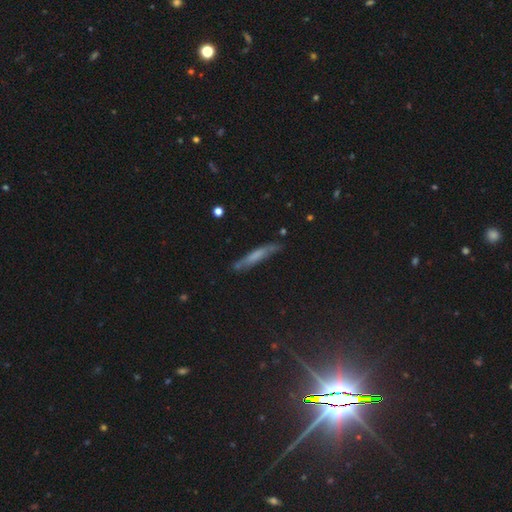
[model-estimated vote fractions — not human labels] Smooth or featured?
  - smooth: 51% *
  - featured or disk: 38%
  - star or artifact: 11%
How rounded?
  - cigar-shaped: 92% *
  - in between: 6%
  - round: 2%
Merging?
  - none: 76% *
  - minor disturbance: 18%
  - major disturbance: 4%
  - merger: 3%